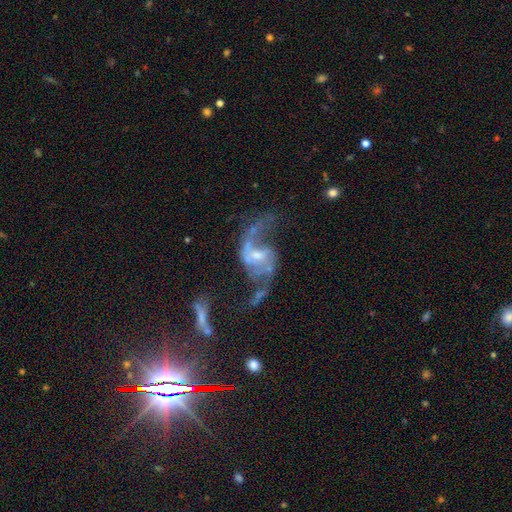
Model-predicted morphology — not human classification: type=featured or disk (85%); edge-on=no (97%); bar=weak (49%); spiral arms=yes (90%); winding=loose (75%); arm count=2 (83%); bulge=small (46%); merging=none (38%).